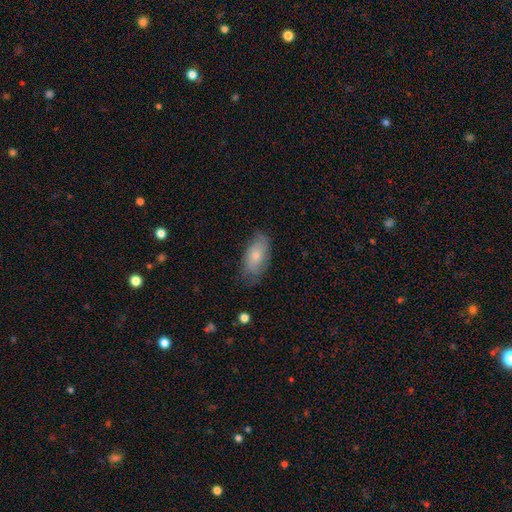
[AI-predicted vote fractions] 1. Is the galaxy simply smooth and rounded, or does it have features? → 67% smooth, 27% featured or disk, 7% star or artifact.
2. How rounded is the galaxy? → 90% in between, 6% cigar-shaped, 3% round.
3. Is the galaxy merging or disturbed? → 67% none, 25% minor disturbance, 7% major disturbance, 1% merger.